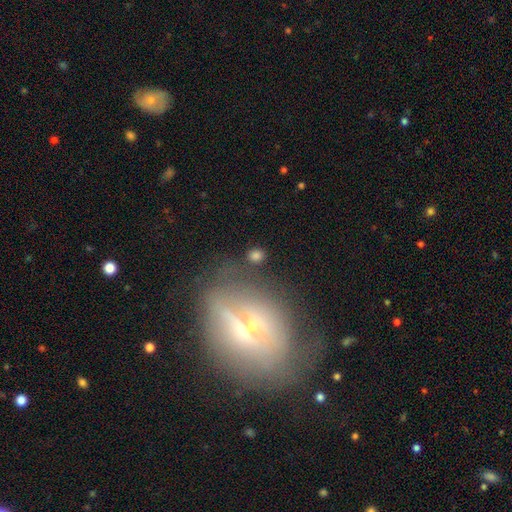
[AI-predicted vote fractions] Smooth or featured? smooth (77%)
How rounded? round (71%)
Merging? none (79%)